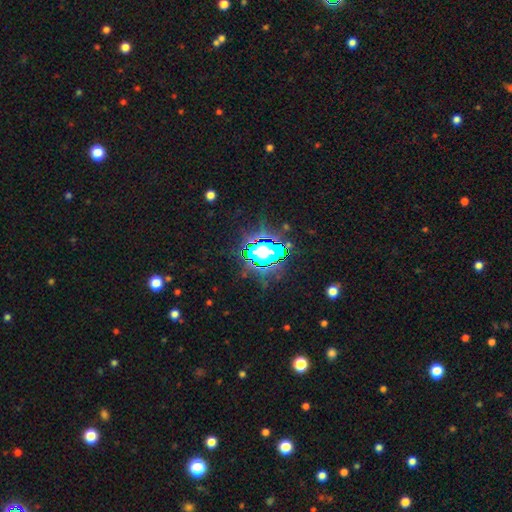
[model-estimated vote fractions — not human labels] Smooth or featured?
  - star or artifact: 66% *
  - smooth: 20%
  - featured or disk: 14%